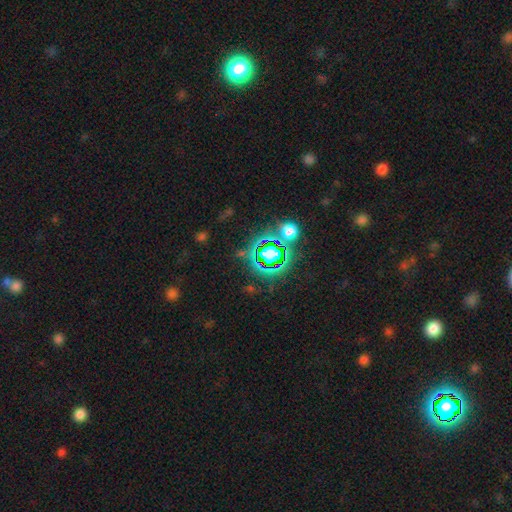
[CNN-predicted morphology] A star or artifact, not a galaxy (72%).